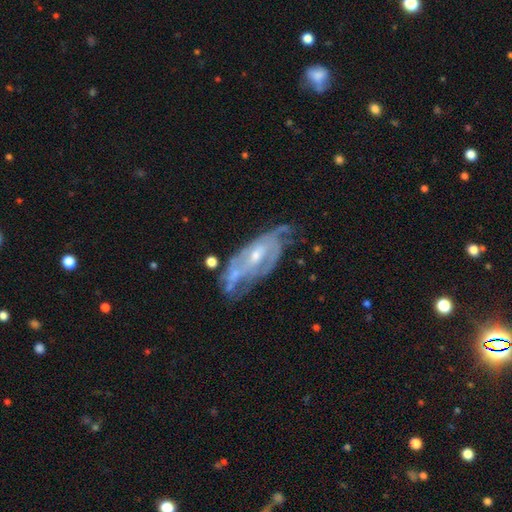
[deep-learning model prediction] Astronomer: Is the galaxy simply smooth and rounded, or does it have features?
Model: featured or disk — 80%.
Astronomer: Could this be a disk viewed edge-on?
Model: no — 90%.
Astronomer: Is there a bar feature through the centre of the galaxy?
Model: no — 54% (runner-up: weak, 36%).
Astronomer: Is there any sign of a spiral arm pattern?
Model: yes — 81%.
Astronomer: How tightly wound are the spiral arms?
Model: tight — 49% (runner-up: medium, 37%).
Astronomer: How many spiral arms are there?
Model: can't tell — 45% (runner-up: 2, 29%).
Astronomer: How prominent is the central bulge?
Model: small — 55% (runner-up: moderate, 40%).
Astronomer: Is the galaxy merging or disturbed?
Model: none — 46% (runner-up: minor disturbance, 28%).